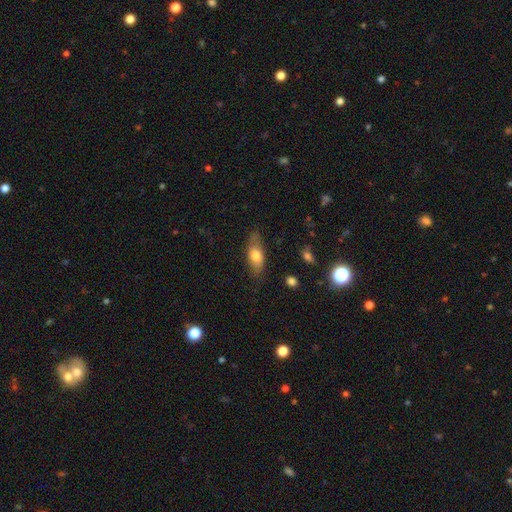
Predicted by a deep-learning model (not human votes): Smooth or featured: smooth — 67% (featured or disk — 26%)
How rounded: in between — 76% (cigar-shaped — 20%)
Merging: none — 73% (minor disturbance — 20%)